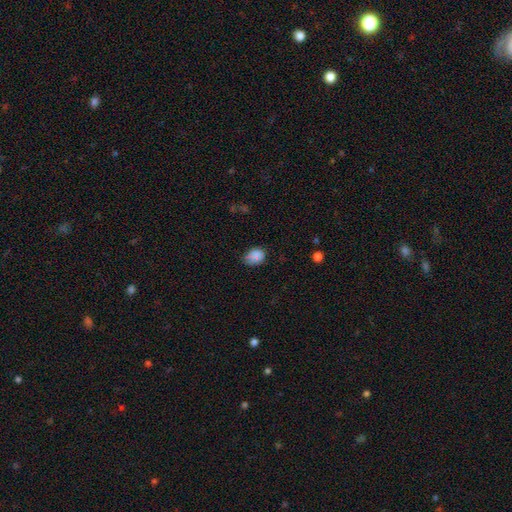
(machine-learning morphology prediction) Overall: smooth (83%). How rounded: in between (67%; round 32%). Merging: none (61%; minor disturbance 32%).